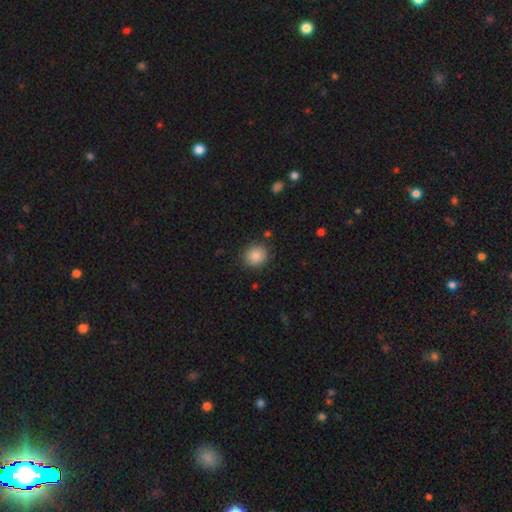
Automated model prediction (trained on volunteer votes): A smooth galaxy with no disk features (86%) that is round (81%). Merging: none (88%).